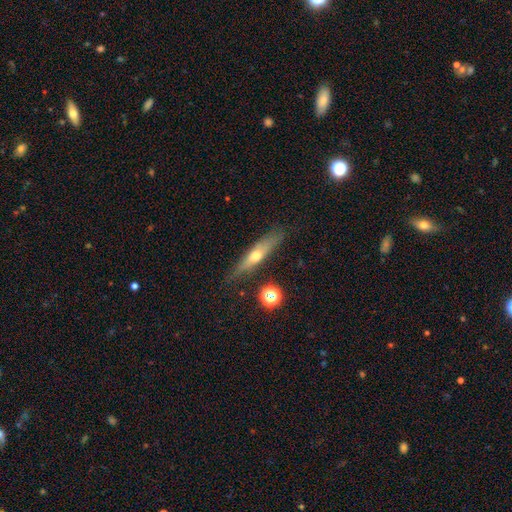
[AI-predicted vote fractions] This appears to be a featured or disk galaxy (51%) viewed edge-on (87%). Merging: none (82%).